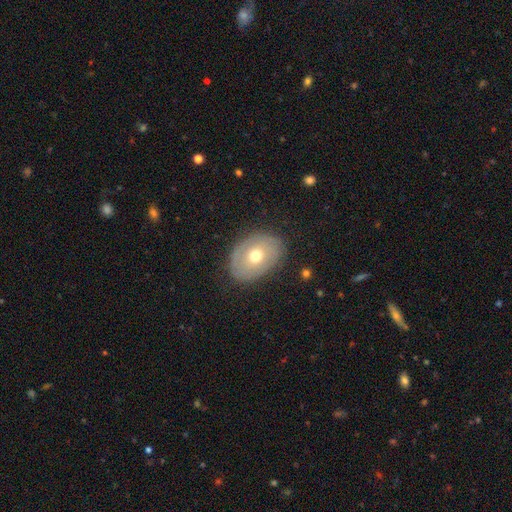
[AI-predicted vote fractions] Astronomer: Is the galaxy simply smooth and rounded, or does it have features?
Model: smooth — 47% (runner-up: featured or disk, 46%).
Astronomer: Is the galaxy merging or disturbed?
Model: none — 82%.